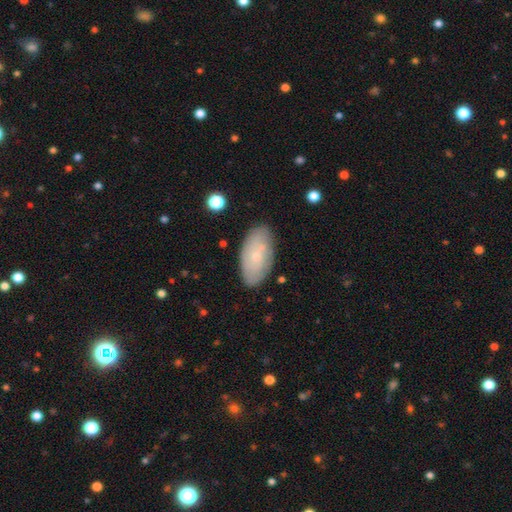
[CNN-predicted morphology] Smooth or featured?
  - smooth: 58% *
  - featured or disk: 35%
  - star or artifact: 7%
How rounded?
  - in between: 94% *
  - cigar-shaped: 4%
  - round: 3%
Merging?
  - none: 81% *
  - minor disturbance: 14%
  - major disturbance: 3%
  - merger: 2%